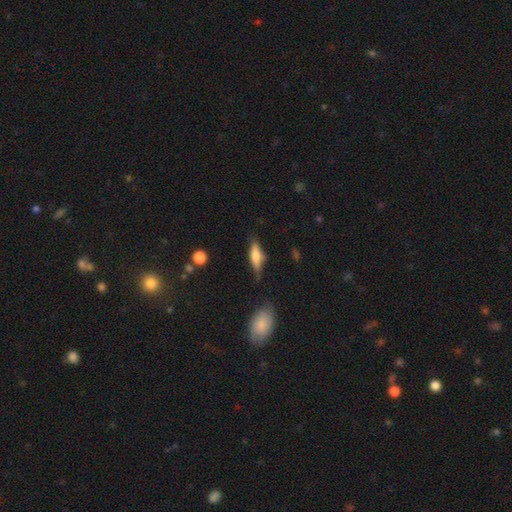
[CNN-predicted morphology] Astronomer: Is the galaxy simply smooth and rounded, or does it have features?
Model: smooth — 57% (runner-up: featured or disk, 36%).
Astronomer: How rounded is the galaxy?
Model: cigar-shaped — 52% (runner-up: in between, 45%).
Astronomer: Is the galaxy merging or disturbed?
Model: none — 66%.